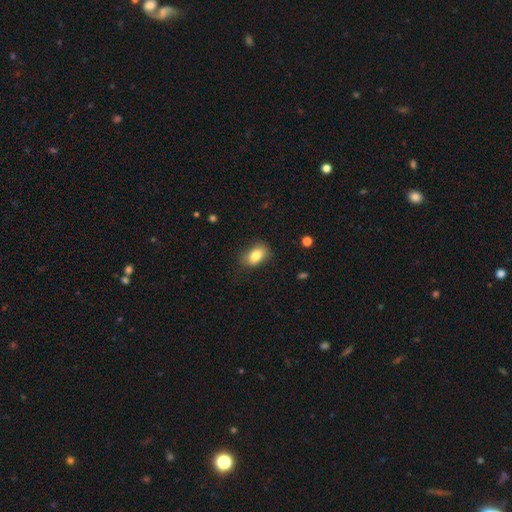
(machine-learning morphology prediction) A smooth galaxy with no disk features (81%) that is in between round and cigar-shaped (87%).

Vote fractions:
- Smooth or featured? smooth: 81% / featured or disk: 11% / star or artifact: 8%
- How rounded? in between: 87% / round: 11% / cigar-shaped: 2%
- Merging? none: 78% / minor disturbance: 17% / major disturbance: 4% / merger: 1%